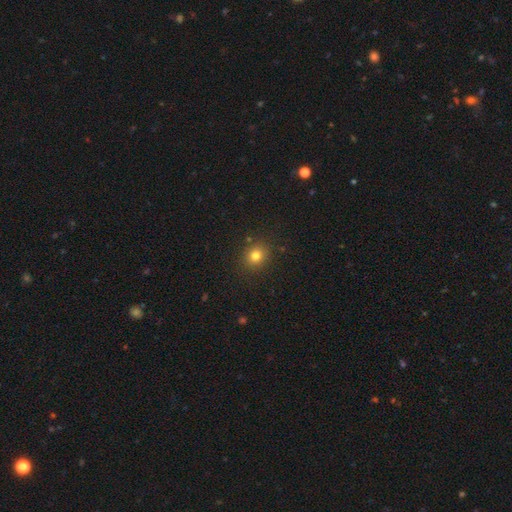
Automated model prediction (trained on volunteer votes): A smooth galaxy with no disk features (79%) that is round (80%).

Vote fractions:
- Smooth or featured? smooth: 79% / star or artifact: 14% / featured or disk: 7%
- How rounded? round: 80% / in between: 19% / cigar-shaped: 1%
- Merging? none: 88% / minor disturbance: 8% / major disturbance: 3% / merger: 2%